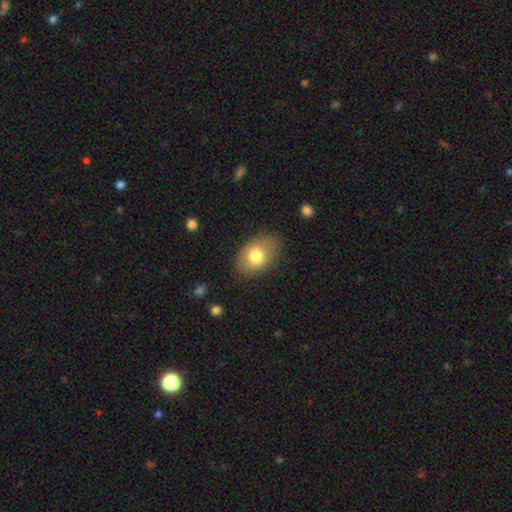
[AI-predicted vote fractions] Q: Smooth or featured?
A: smooth (76%); runner-up: featured or disk (16%)
Q: How rounded?
A: in between (83%); runner-up: round (16%)
Q: Merging?
A: none (77%); runner-up: minor disturbance (17%)